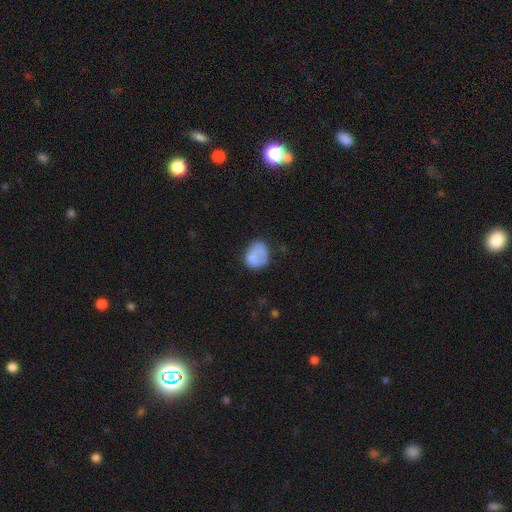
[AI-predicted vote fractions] Q: Smooth or featured?
A: smooth (73%); runner-up: featured or disk (18%)
Q: How rounded?
A: round (56%); runner-up: in between (43%)
Q: Merging?
A: none (52%); runner-up: minor disturbance (27%)